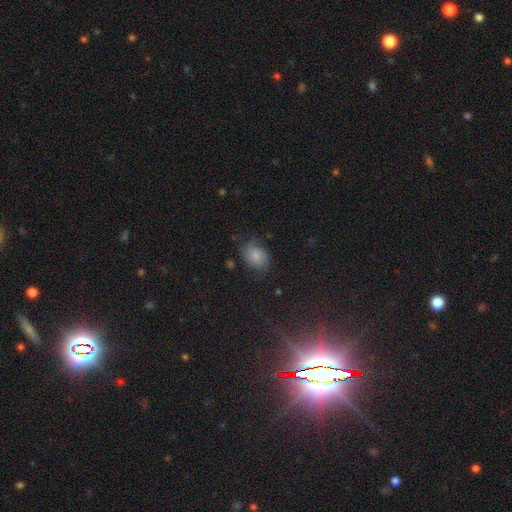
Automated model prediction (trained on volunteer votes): This is likely a smooth galaxy (66%). How rounded: likely in between (70%). Merging: possibly none (56%).